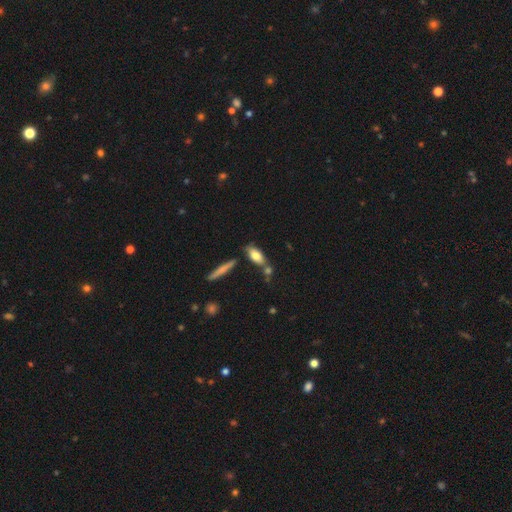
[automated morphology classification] Smooth or featured?
  - smooth: 75% *
  - featured or disk: 17%
  - star or artifact: 7%
How rounded?
  - in between: 74% *
  - cigar-shaped: 22%
  - round: 4%
Merging?
  - none: 59% *
  - merger: 21%
  - minor disturbance: 15%
  - major disturbance: 5%